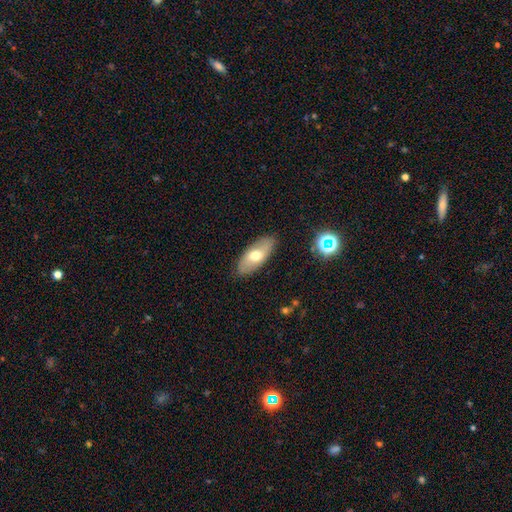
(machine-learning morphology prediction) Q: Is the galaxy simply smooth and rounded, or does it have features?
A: smooth — 59%.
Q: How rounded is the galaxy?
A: in between — 86%.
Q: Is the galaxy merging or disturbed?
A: none — 86%.